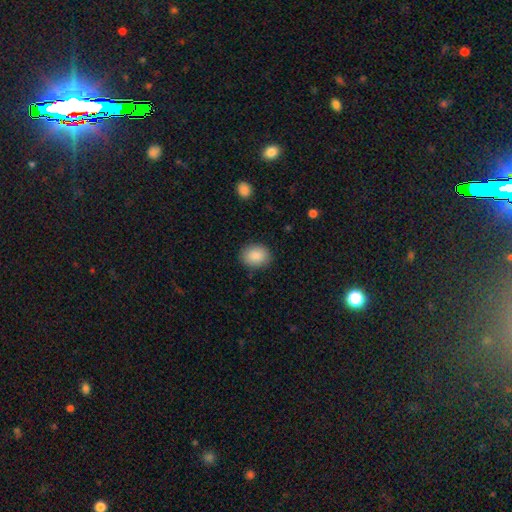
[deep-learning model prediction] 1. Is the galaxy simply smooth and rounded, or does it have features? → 88% smooth, 7% star or artifact, 5% featured or disk.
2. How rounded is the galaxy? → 50% round, 49% in between, 1% cigar-shaped.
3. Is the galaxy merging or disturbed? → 87% none, 9% minor disturbance, 3% major disturbance, 1% merger.